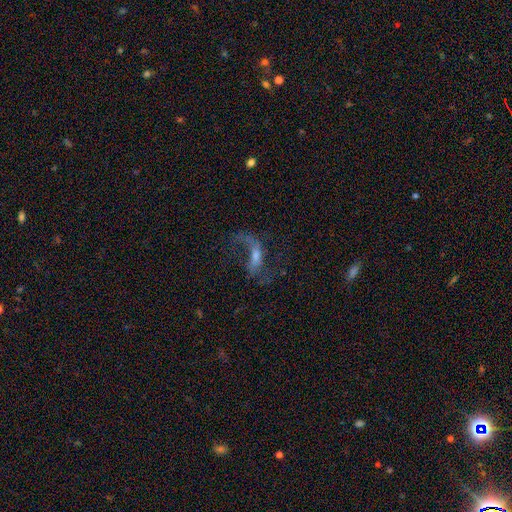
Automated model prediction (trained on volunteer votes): Overall: featured or disk (76%). Edge-on disk: no (91%). Bar: weak (44%; no 30%). Spiral arms: yes (86%). Spiral arm count: 2 (70%). Spiral winding: loose (84%). Bulge size: small (43%; moderate 35%). Merging: none (48%; major disturbance 33%).